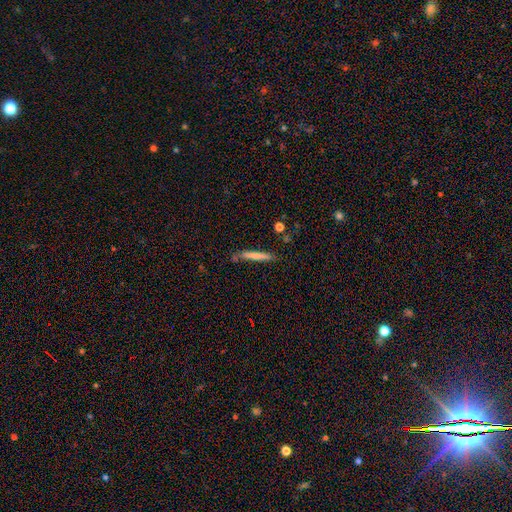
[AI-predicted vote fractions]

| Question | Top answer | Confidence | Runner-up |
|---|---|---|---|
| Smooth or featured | smooth | 68% | featured or disk (26%) |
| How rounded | cigar-shaped | 95% | in between (4%) |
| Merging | none | 78% | minor disturbance (15%) |